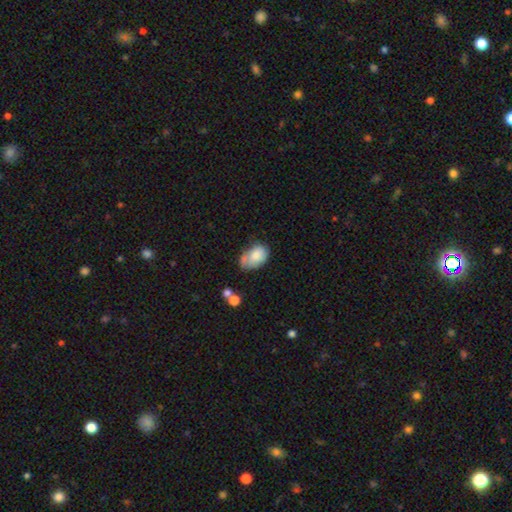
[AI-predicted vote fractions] smooth_or_featured: smooth (p=0.78) [alt: featured or disk p=0.15]
how_rounded: in between (p=0.87) [alt: round p=0.12]
merging: none (p=0.40) [alt: minor disturbance p=0.36]